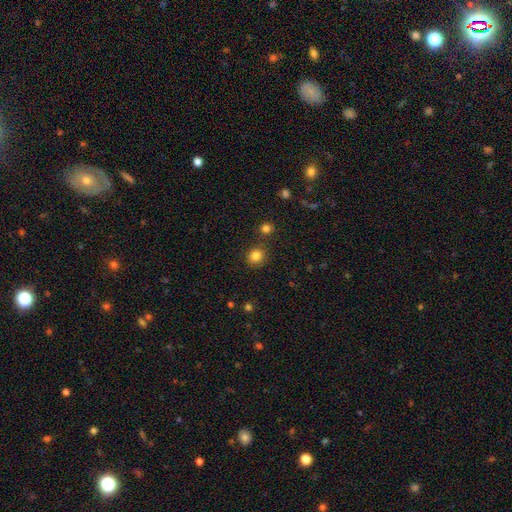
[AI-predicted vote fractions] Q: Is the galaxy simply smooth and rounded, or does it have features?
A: smooth — 83%.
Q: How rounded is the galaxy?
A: round — 85%.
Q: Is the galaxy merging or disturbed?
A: none — 84%.